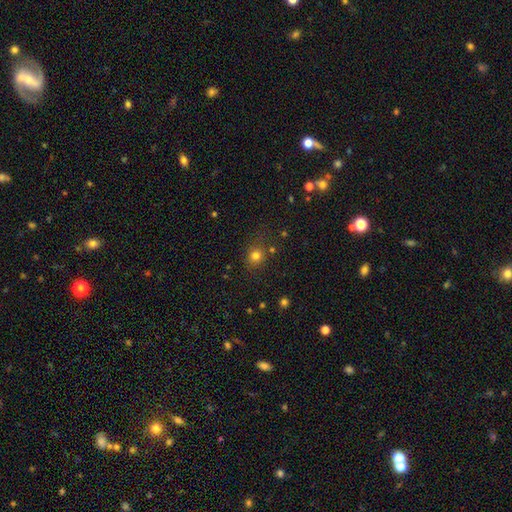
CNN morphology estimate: The model was most divided on "how rounded": round: 78%, in between: 21%, cigar-shaped: 1%. More confident: smooth or featured — smooth (76%); merging — none (75%).